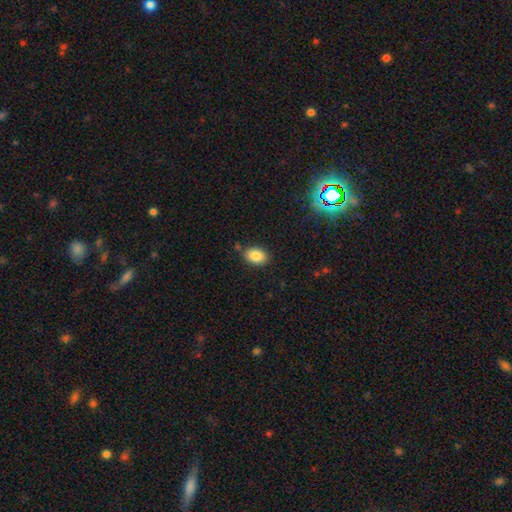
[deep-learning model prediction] smooth-or-featured: smooth: 85% | star or artifact: 8% | featured or disk: 6%
  how-rounded: in between: 82% | round: 17% | cigar-shaped: 1%
  merging: none: 84% | minor disturbance: 10% | merger: 3% | major disturbance: 2%